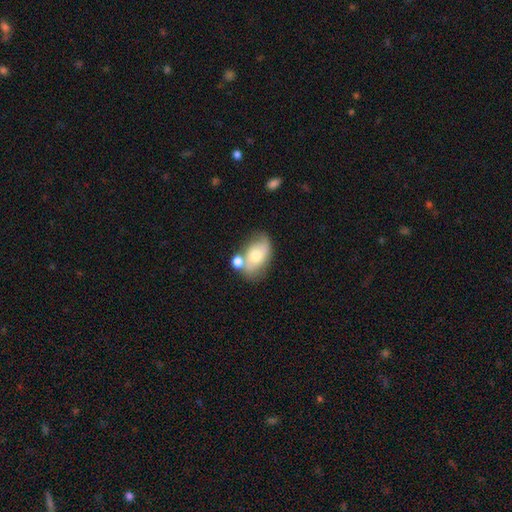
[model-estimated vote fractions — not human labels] Morphology: type=smooth (52%); roundness=in between (85%); merging=none (47%).